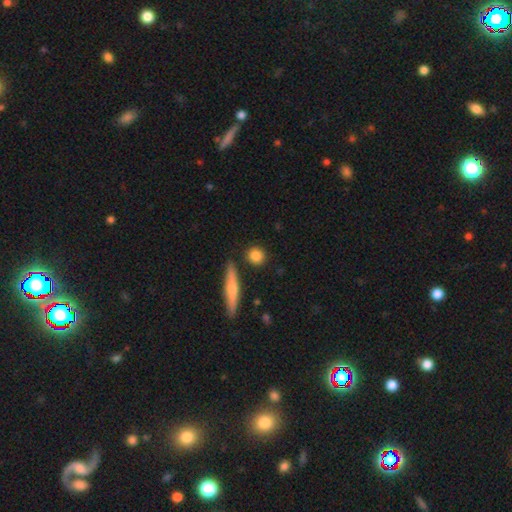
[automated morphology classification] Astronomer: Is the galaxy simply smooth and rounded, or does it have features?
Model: smooth — 84%.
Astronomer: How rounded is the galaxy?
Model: round — 80%.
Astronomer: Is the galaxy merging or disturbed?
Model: none — 85%.